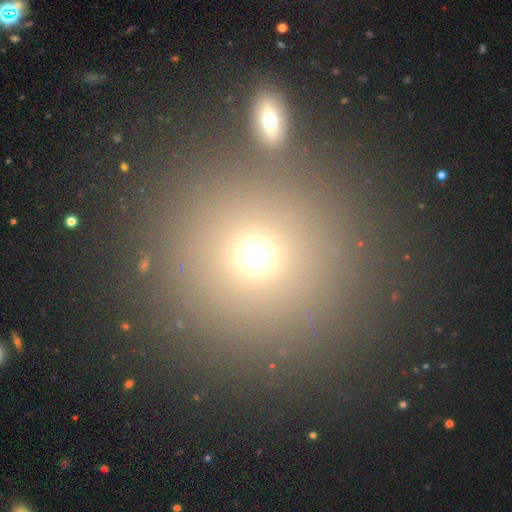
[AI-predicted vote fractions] smooth_or_featured: smooth (p=0.67) [alt: star or artifact p=0.23]
how_rounded: round (p=0.91) [alt: in between p=0.08]
merging: none (p=0.73) [alt: merger p=0.16]